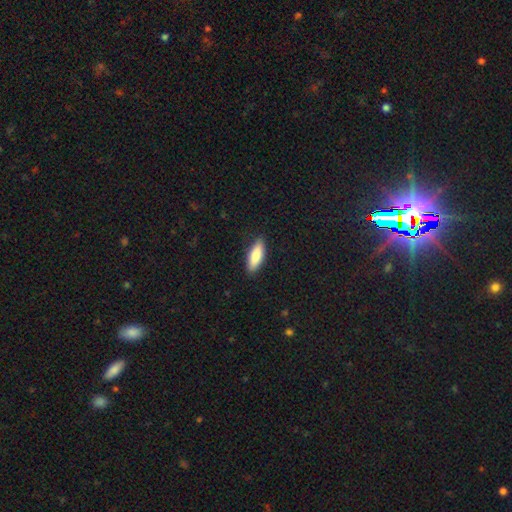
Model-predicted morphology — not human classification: smooth 84%, featured or disk 10%, star or artifact 6%. Down the decision tree: how rounded — in between (63%); merging — none (88%).